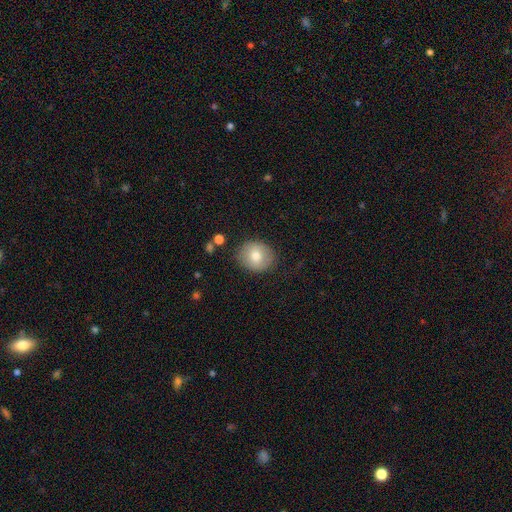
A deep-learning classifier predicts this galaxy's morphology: Overall: smooth (76%). How rounded: round (72%). Merging: none (84%).